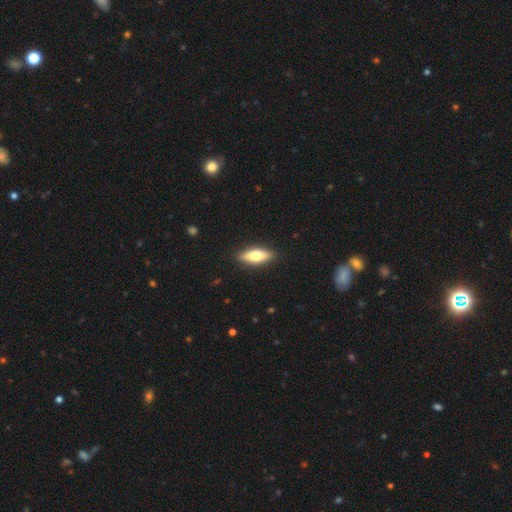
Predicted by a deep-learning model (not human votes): The model was most divided on "how rounded": in between: 58%, cigar-shaped: 40%, round: 3%. More confident: merging — none (90%); smooth or featured — smooth (64%).